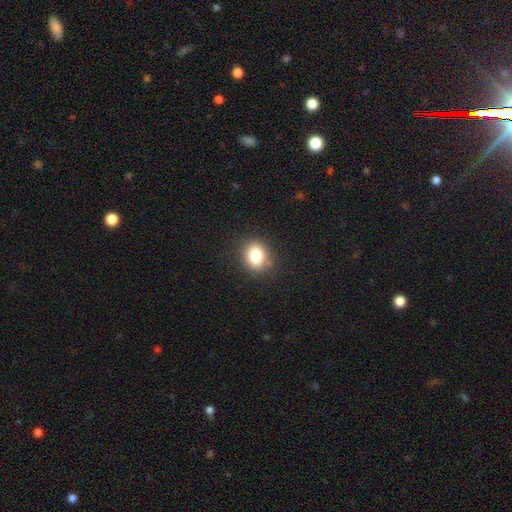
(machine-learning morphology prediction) Smooth or featured? Predicted: smooth (p=0.82). How rounded? Predicted: round (p=0.59). Merging? Predicted: none (p=0.85).